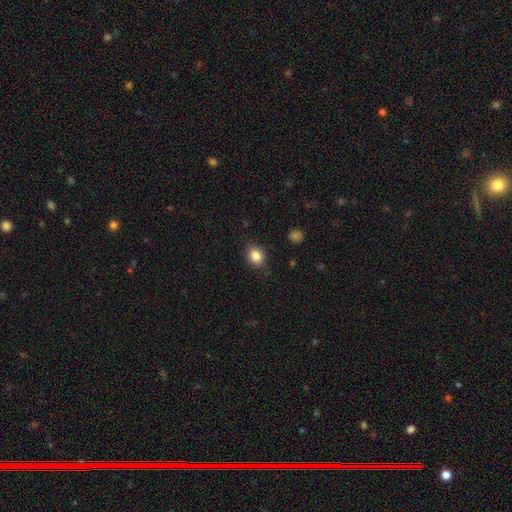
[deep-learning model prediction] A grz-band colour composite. It shows a smooth galaxy with no disk features (85%) that is round (51%). Merging: none (86%).